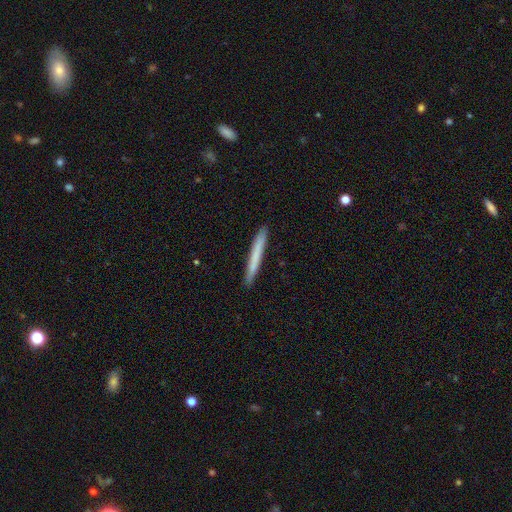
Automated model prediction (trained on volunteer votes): smooth_or_featured: smooth (p=0.69) [alt: featured or disk p=0.26]
how_rounded: cigar-shaped (p=0.97) [alt: in between p=0.02]
merging: none (p=0.91) [alt: minor disturbance p=0.07]